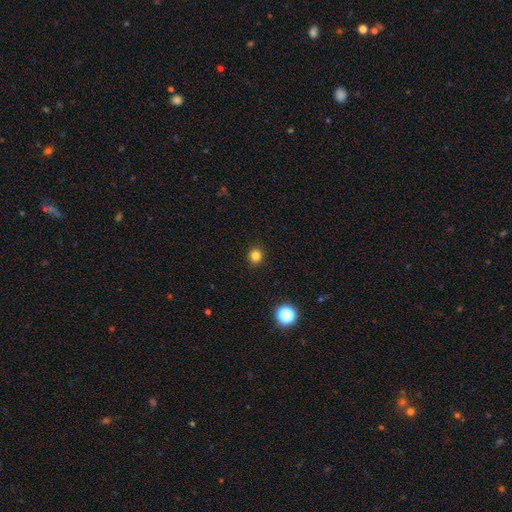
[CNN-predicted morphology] Smooth or featured?
  - smooth: 82% *
  - star or artifact: 14%
  - featured or disk: 4%
How rounded?
  - round: 88% *
  - in between: 11%
  - cigar-shaped: 1%
Merging?
  - none: 92% *
  - minor disturbance: 5%
  - major disturbance: 2%
  - merger: 1%